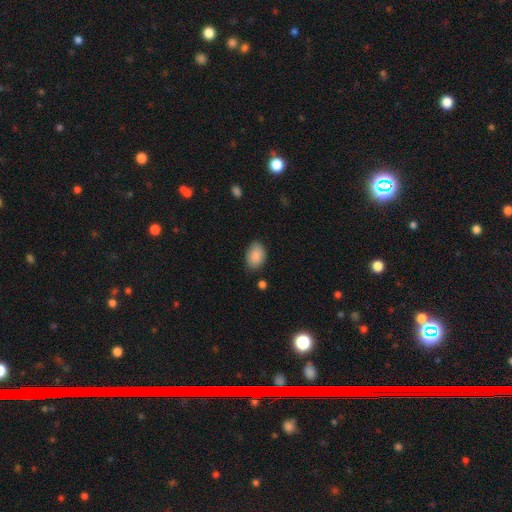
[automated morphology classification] smooth 88%, star or artifact 7%, featured or disk 6%. Down the decision tree: how rounded — in between (87%); merging — none (81%).